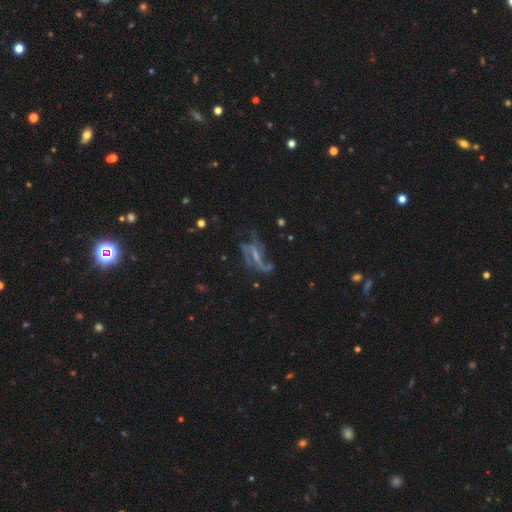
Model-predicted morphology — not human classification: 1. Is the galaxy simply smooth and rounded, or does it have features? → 75% featured or disk, 13% smooth, 12% star or artifact.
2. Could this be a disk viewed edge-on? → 90% no, 10% yes.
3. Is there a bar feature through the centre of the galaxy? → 37% weak, 34% strong, 29% no.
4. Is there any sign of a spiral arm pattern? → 80% yes, 20% no.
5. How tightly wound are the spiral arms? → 60% loose, 29% medium, 10% tight.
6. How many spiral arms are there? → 59% 2, 16% can't tell, 10% 3, 8% 1, 3% 4, 3% more than 4.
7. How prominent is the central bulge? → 44% small, 32% none, 20% moderate, 2% large, 1% dominant.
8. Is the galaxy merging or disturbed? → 40% none, 33% major disturbance, 20% minor disturbance, 8% merger.